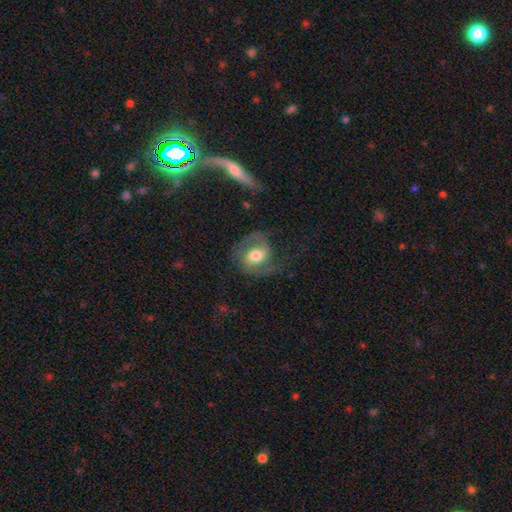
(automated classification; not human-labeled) Smooth or featured? Predicted: featured or disk (p=0.74). Edge-on disk? Predicted: no (p=0.97). Bar? Predicted: no (p=0.46). Spiral arms? Predicted: yes (p=0.92). Spiral winding? Predicted: medium (p=0.52). Spiral arm count? Predicted: 2 (p=0.84). Bulge size? Predicted: moderate (p=0.65). Merging? Predicted: none (p=0.61).